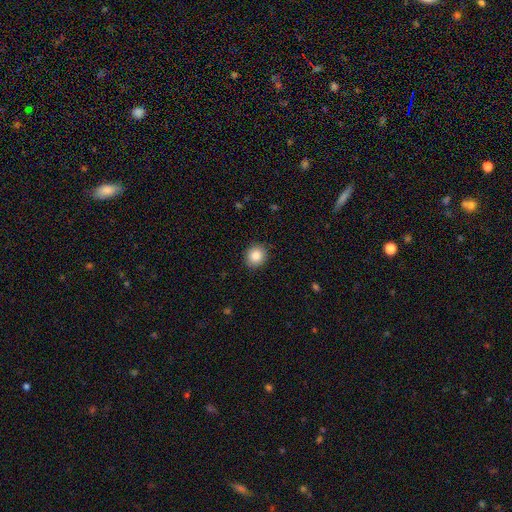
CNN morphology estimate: Q: Smooth or featured?
A: smooth (86%); runner-up: star or artifact (9%)
Q: How rounded?
A: round (79%); runner-up: in between (20%)
Q: Merging?
A: none (89%); runner-up: minor disturbance (8%)